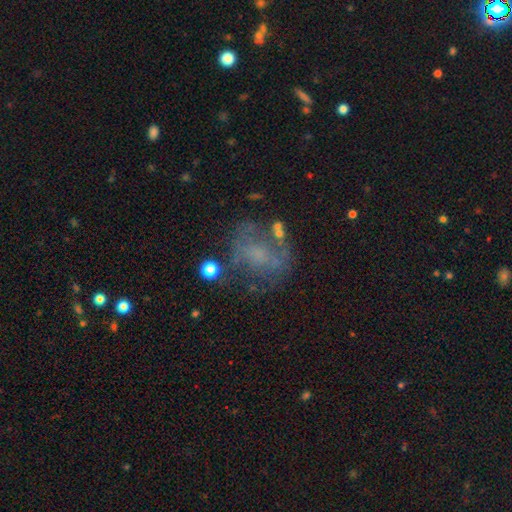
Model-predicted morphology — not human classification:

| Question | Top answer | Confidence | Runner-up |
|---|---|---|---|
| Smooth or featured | featured or disk | 51% | smooth (30%) |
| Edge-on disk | no | 96% | yes (4%) |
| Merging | none | 50% | major disturbance (22%) |